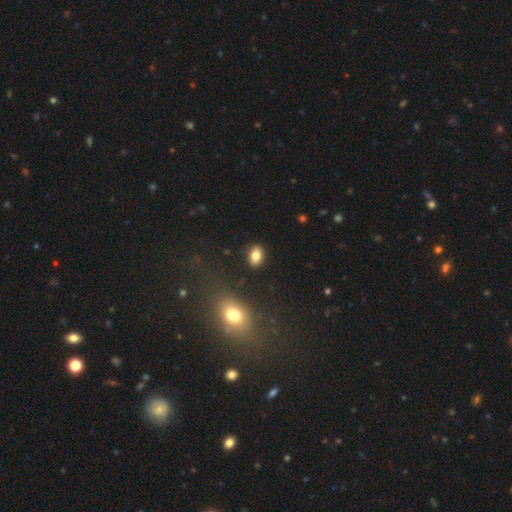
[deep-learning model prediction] Q: Smooth or featured?
A: smooth (82%); runner-up: star or artifact (9%)
Q: How rounded?
A: in between (78%); runner-up: round (20%)
Q: Merging?
A: none (88%); runner-up: minor disturbance (8%)